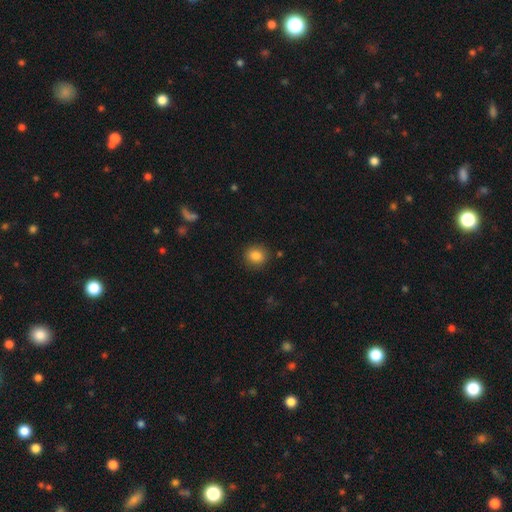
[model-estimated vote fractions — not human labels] A smooth galaxy with no disk features (84%) that is round (78%).

Vote fractions:
- Smooth or featured? smooth: 84% / star or artifact: 10% / featured or disk: 5%
- How rounded? round: 78% / in between: 21% / cigar-shaped: 1%
- Merging? none: 88% / minor disturbance: 8% / major disturbance: 2% / merger: 2%